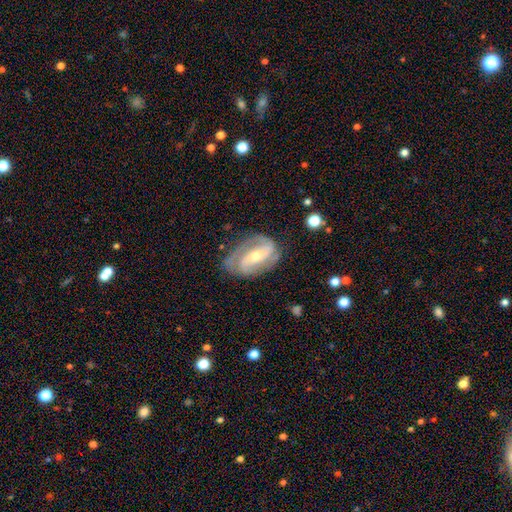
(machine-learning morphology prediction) Smooth or featured: featured or disk — 84% (smooth — 10%)
Edge-on disk: no — 96% (yes — 4%)
Bar: weak — 35% (tied with strong — 35%)
Spiral arms: yes — 94% (no — 6%)
Spiral winding: medium — 45% (tight — 36%)
Spiral arm count: 2 — 74% (can't tell — 10%)
Bulge size: small — 50% (moderate — 46%)
Merging: none — 69% (minor disturbance — 20%)